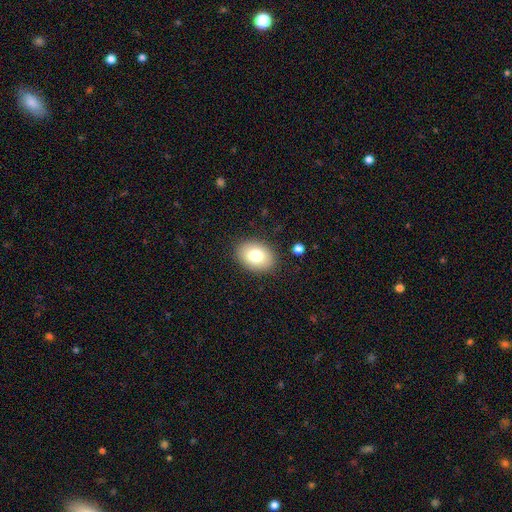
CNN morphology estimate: type=smooth (78%); roundness=in between (77%); merging=none (87%).